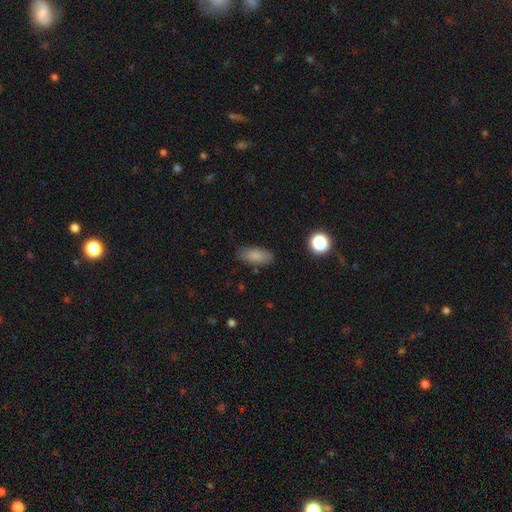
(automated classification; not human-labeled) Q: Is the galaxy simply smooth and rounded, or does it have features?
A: smooth — 84%.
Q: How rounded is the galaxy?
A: in between — 87%.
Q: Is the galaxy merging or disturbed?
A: none — 82%.